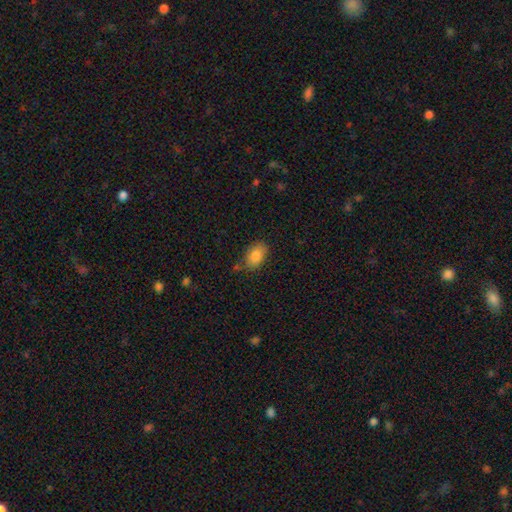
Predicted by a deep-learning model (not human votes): smooth 85%, featured or disk 7%, star or artifact 7%. Down the decision tree: how rounded — in between (90%); merging — none (71%).